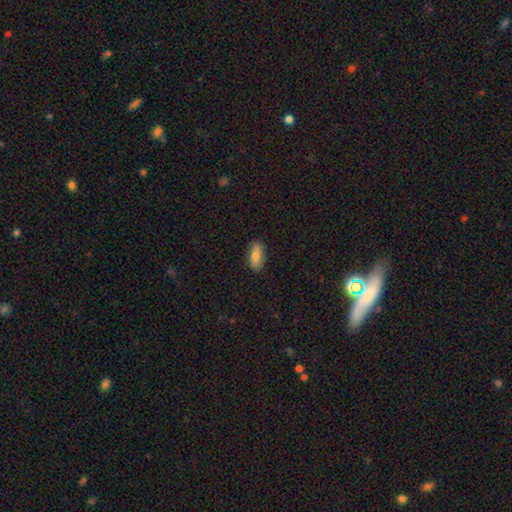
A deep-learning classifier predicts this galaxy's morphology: A smooth galaxy with no disk features (78%) that is in between round and cigar-shaped (77%). Merging: none (82%).